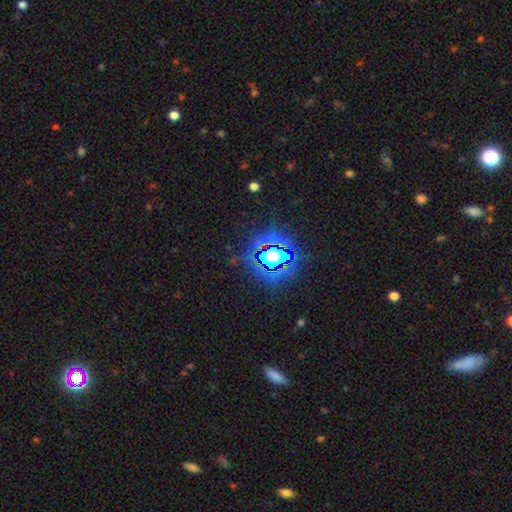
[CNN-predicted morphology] A star or artifact, not a galaxy (77%).

Vote fractions:
- Smooth or featured? star or artifact: 77% / smooth: 15% / featured or disk: 8%